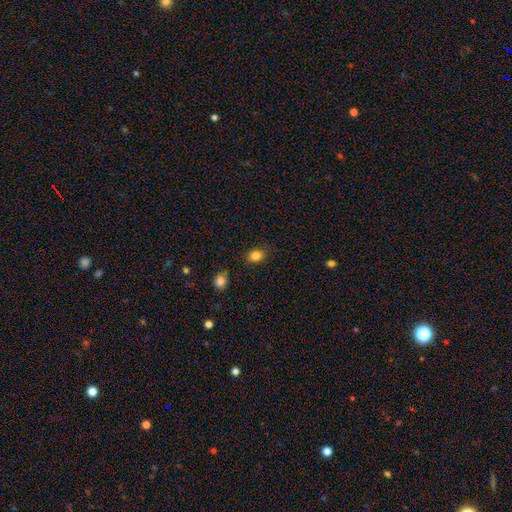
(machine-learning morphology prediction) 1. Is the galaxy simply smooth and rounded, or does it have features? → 84% smooth, 11% star or artifact, 5% featured or disk.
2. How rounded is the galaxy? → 55% in between, 44% round, 1% cigar-shaped.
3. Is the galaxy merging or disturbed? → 84% none, 12% minor disturbance, 3% major disturbance, 2% merger.